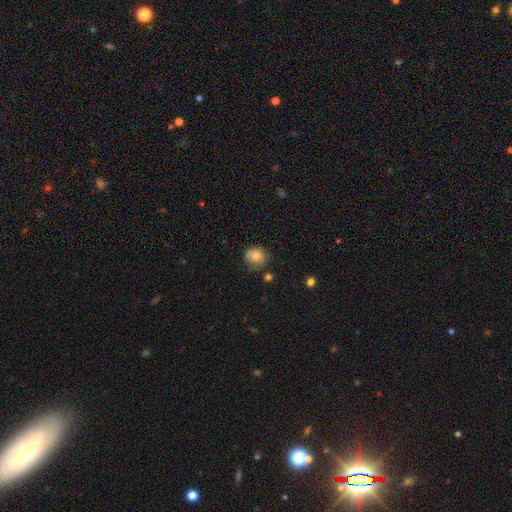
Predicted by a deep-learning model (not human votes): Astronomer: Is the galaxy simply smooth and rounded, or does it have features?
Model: smooth — 76%.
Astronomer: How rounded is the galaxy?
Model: round — 70%.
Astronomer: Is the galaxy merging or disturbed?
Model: none — 65%.